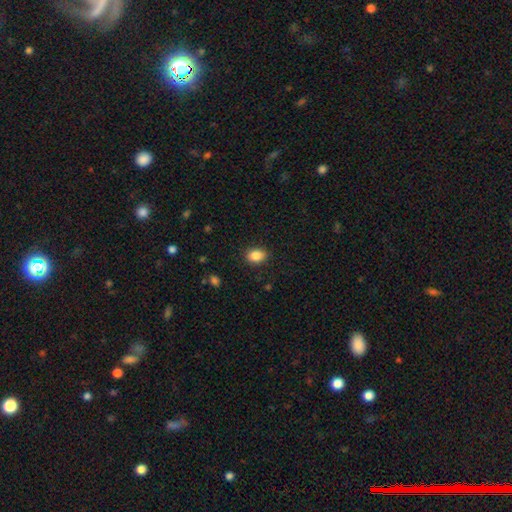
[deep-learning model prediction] This appears to be a smooth galaxy with no disk features (87%) that is in between round and cigar-shaped (74%). Merging: none (88%).